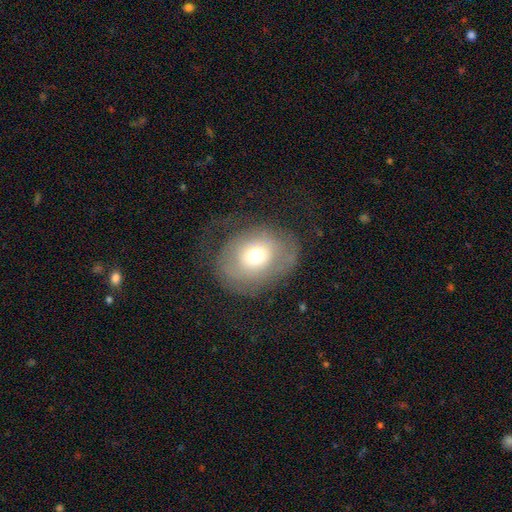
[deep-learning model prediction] Smooth or featured?
  - smooth: 57% *
  - featured or disk: 33%
  - star or artifact: 10%
How rounded?
  - in between: 52% *
  - round: 48%
  - cigar-shaped: 1%
Merging?
  - none: 49% *
  - major disturbance: 26%
  - minor disturbance: 23%
  - merger: 2%